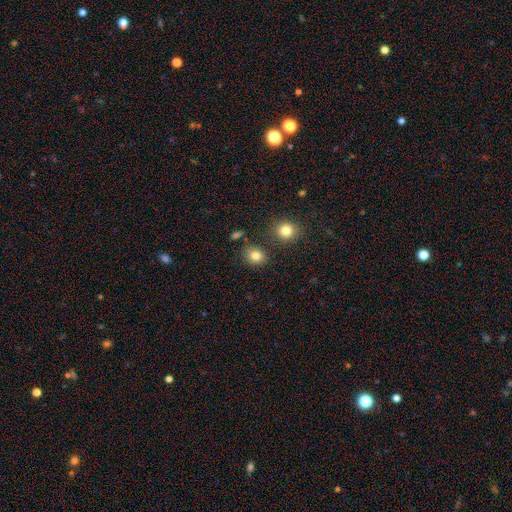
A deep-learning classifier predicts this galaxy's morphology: The model was most divided on "how rounded": round: 66%, in between: 33%, cigar-shaped: 1%. More confident: smooth or featured — smooth (82%); merging — none (80%).